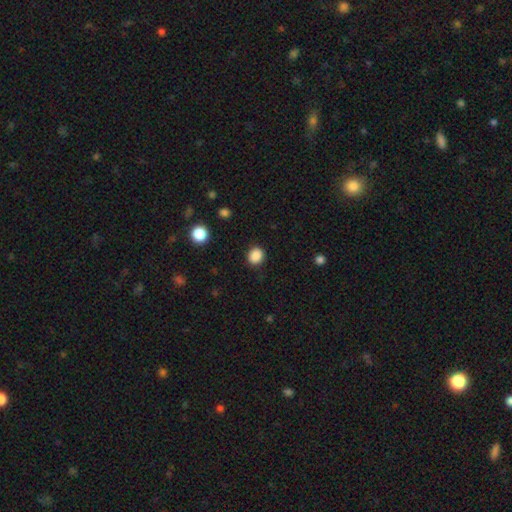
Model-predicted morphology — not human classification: Overall: smooth (88%). How rounded: round (65%; in between 34%). Merging: none (88%).